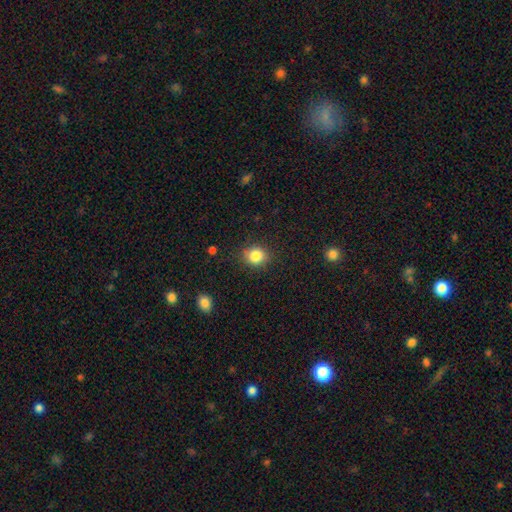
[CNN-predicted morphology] Q: Smooth or featured?
A: smooth (84%); runner-up: star or artifact (10%)
Q: How rounded?
A: round (70%); runner-up: in between (29%)
Q: Merging?
A: none (84%); runner-up: minor disturbance (11%)